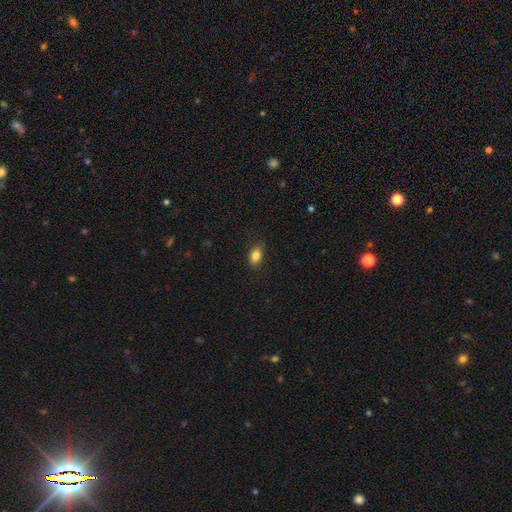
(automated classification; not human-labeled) Q: Smooth or featured?
A: smooth (84%); runner-up: star or artifact (9%)
Q: How rounded?
A: in between (83%); runner-up: round (14%)
Q: Merging?
A: none (82%); runner-up: minor disturbance (14%)